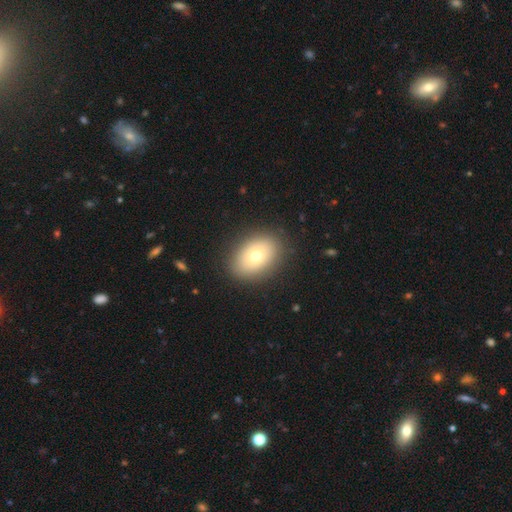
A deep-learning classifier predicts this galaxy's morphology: The model was most divided on "how rounded": in between: 75%, round: 24%, cigar-shaped: 1%. More confident: merging — none (87%); smooth or featured — smooth (72%).